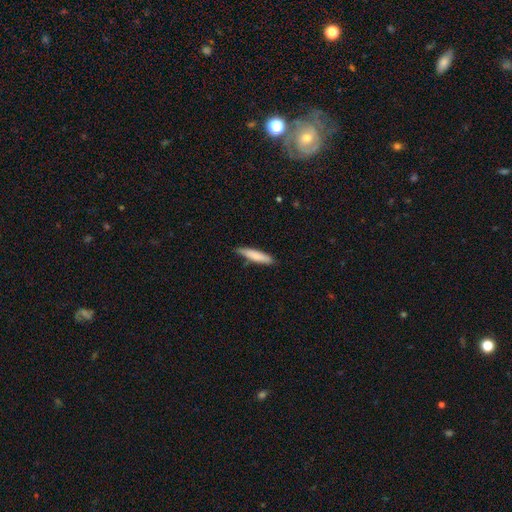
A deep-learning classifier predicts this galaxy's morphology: Smooth or featured: smooth — 80% (featured or disk — 15%)
How rounded: cigar-shaped — 85% (in between — 14%)
Merging: none — 79% (minor disturbance — 17%)